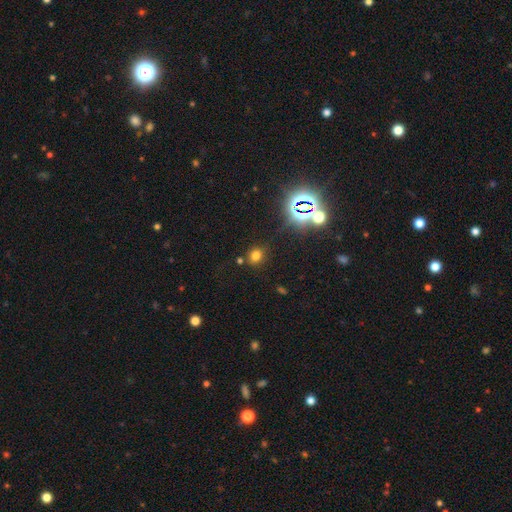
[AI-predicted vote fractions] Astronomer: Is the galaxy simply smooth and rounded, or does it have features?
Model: smooth — 66%.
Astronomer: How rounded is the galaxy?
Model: round — 60% (runner-up: in between, 39%).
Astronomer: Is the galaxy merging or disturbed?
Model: none — 78%.